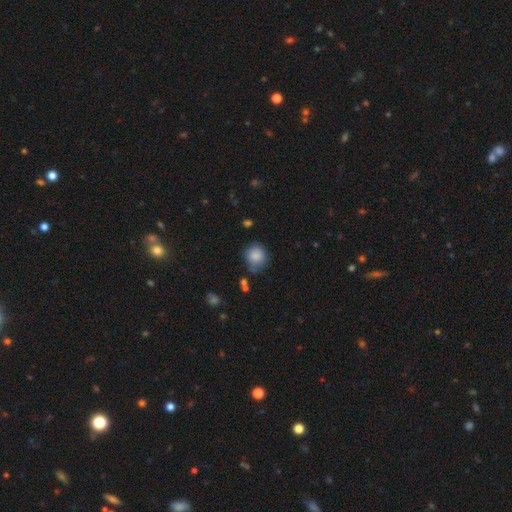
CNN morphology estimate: Smooth or featured? smooth (85%)
How rounded? round (84%)
Merging? none (69%)